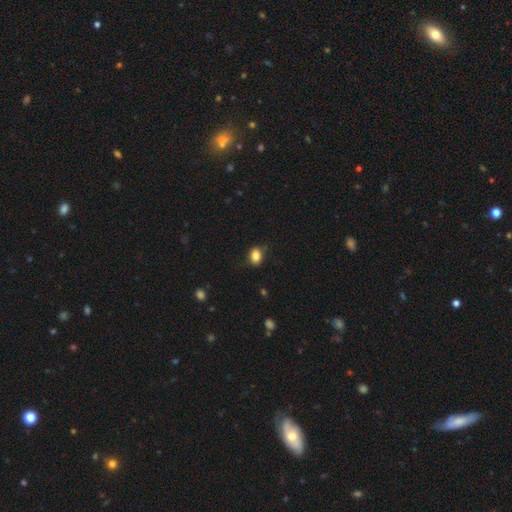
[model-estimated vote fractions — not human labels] Smooth or featured?
  - smooth: 85% *
  - star or artifact: 10%
  - featured or disk: 5%
How rounded?
  - in between: 72% *
  - round: 27%
  - cigar-shaped: 1%
Merging?
  - none: 78% *
  - minor disturbance: 17%
  - major disturbance: 4%
  - merger: 1%